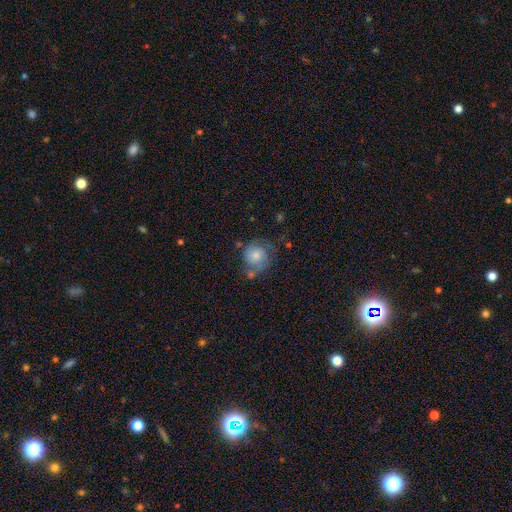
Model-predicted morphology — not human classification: Smooth or featured?
  - smooth: 59% *
  - featured or disk: 32%
  - star or artifact: 9%
How rounded?
  - round: 83% *
  - in between: 16%
  - cigar-shaped: 1%
Merging?
  - none: 47% *
  - minor disturbance: 26%
  - major disturbance: 17%
  - merger: 11%